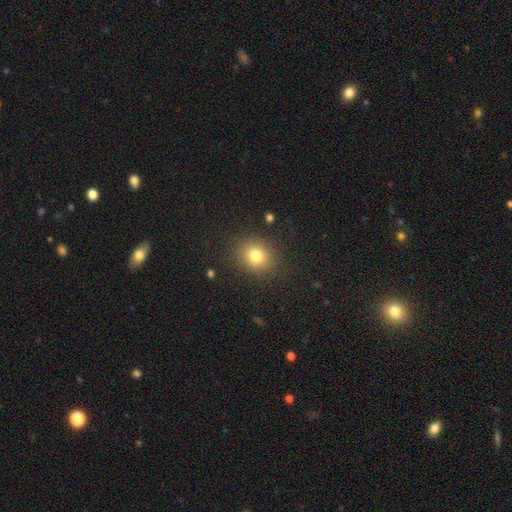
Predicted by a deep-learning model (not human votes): smooth_or_featured: smooth (p=0.79) [alt: star or artifact p=0.12]
how_rounded: round (p=0.75) [alt: in between p=0.24]
merging: none (p=0.86) [alt: minor disturbance p=0.09]